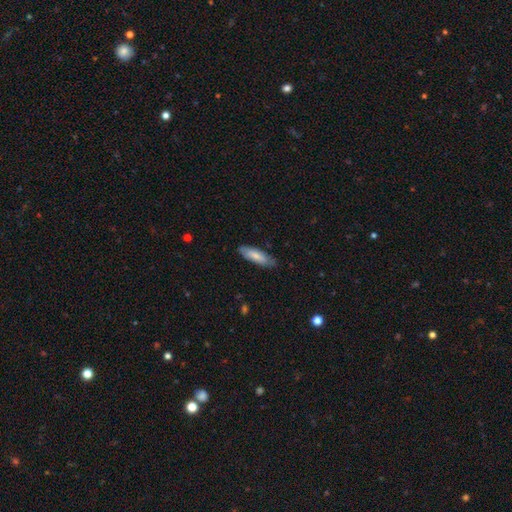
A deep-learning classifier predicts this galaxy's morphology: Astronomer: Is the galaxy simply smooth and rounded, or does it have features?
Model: smooth — 73%.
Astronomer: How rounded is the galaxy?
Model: in between — 50% (runner-up: cigar-shaped, 49%).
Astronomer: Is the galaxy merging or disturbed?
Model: none — 80%.